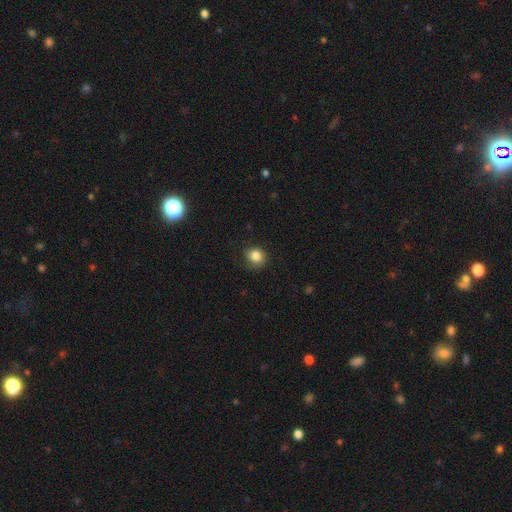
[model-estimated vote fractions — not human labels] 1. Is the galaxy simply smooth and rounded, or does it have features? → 84% smooth, 10% star or artifact, 6% featured or disk.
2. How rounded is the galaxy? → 80% round, 19% in between, 1% cigar-shaped.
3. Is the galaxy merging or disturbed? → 76% none, 19% minor disturbance, 4% major disturbance, 1% merger.